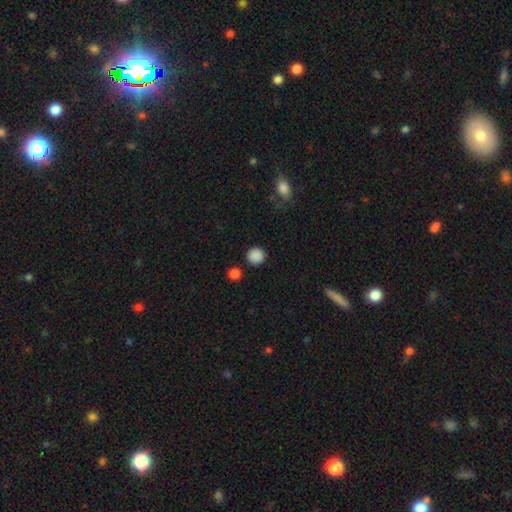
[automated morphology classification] smooth_or_featured: smooth (p=0.87) [alt: star or artifact p=0.10]
how_rounded: round (p=0.93) [alt: in between p=0.06]
merging: none (p=0.88) [alt: minor disturbance p=0.07]